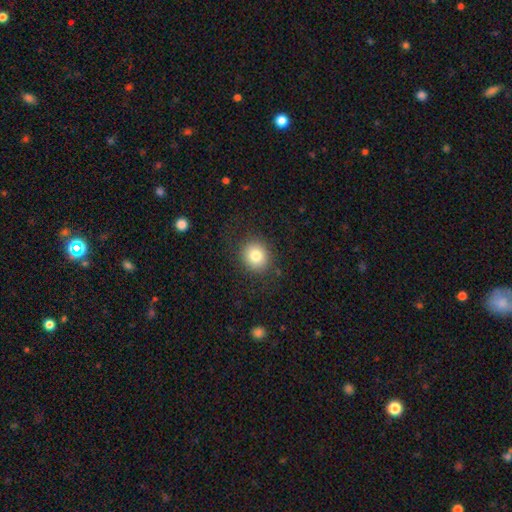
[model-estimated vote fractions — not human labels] A smooth galaxy with no disk features (81%) that is round (83%).

Vote fractions:
- Smooth or featured? smooth: 81% / star or artifact: 10% / featured or disk: 9%
- How rounded? round: 83% / in between: 16% / cigar-shaped: 1%
- Merging? none: 87% / minor disturbance: 8% / major disturbance: 4% / merger: 1%